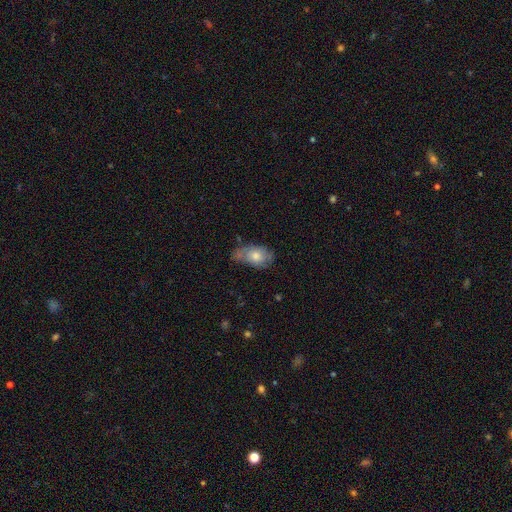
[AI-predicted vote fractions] smooth 66%, featured or disk 27%, star or artifact 7%. Down the decision tree: how rounded — in between (88%); merging — none (43%).